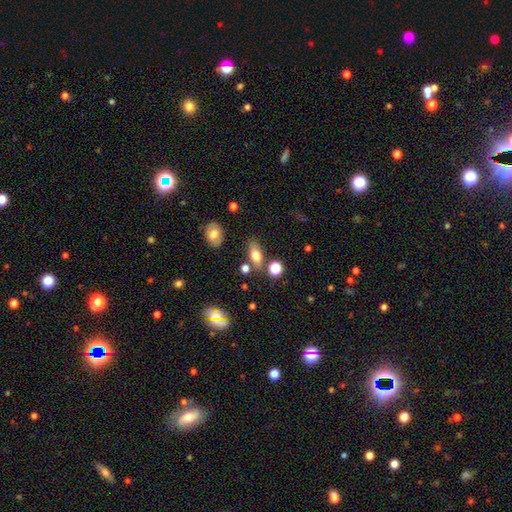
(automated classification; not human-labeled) A smooth galaxy with no disk features (70%) that is in between round and cigar-shaped (74%).

Vote fractions:
- Smooth or featured? smooth: 70% / featured or disk: 19% / star or artifact: 11%
- How rounded? in between: 74% / cigar-shaped: 17% / round: 9%
- Merging? none: 73% / minor disturbance: 13% / merger: 9% / major disturbance: 4%